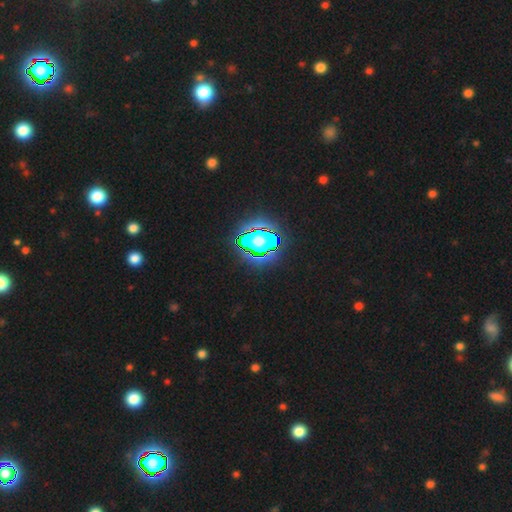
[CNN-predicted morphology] A star or artifact, not a galaxy (85%).